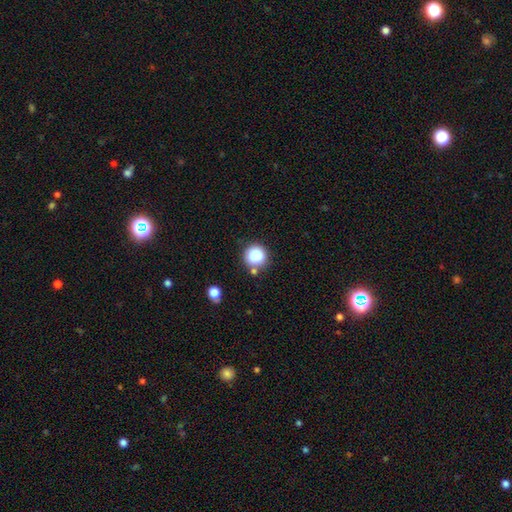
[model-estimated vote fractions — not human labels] A smooth galaxy with no disk features (85%) that is round (93%). Merging: none (76%).